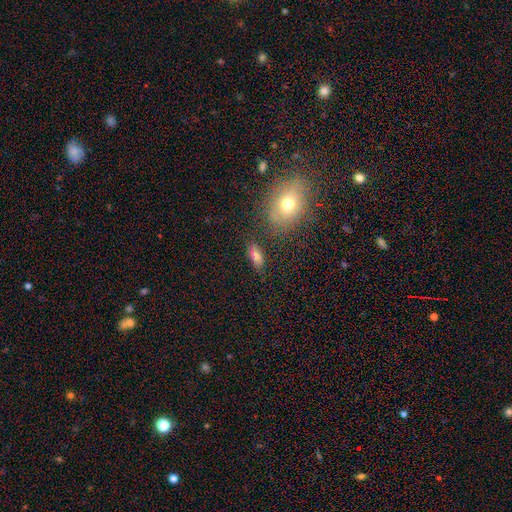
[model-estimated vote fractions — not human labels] Smooth or featured: smooth — 77% (featured or disk — 12%)
How rounded: in between — 84% (cigar-shaped — 11%)
Merging: none — 80% (minor disturbance — 12%)